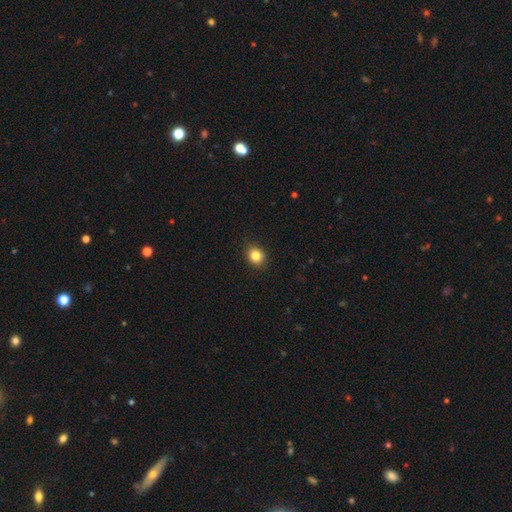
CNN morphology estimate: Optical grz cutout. It shows a smooth galaxy with no disk features (84%) that is round (69%). Merging: none (89%).